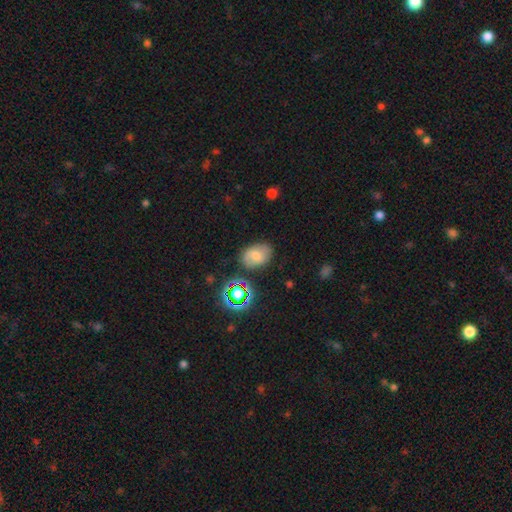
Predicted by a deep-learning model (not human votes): The model was most divided on "smooth or featured": smooth: 61%, featured or disk: 24%, star or artifact: 15%. More confident: how rounded — in between (74%); merging — none (72%).